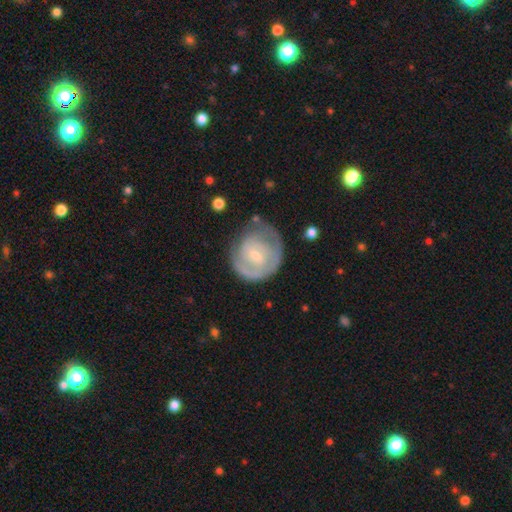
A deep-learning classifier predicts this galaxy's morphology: Overall: featured or disk (66%; smooth 29%). Edge-on disk: no (97%). Bar: no (52%; weak 40%). Spiral arms: yes (76%). Bulge size: small (67%; moderate 28%). Merging: none (54%; minor disturbance 27%).